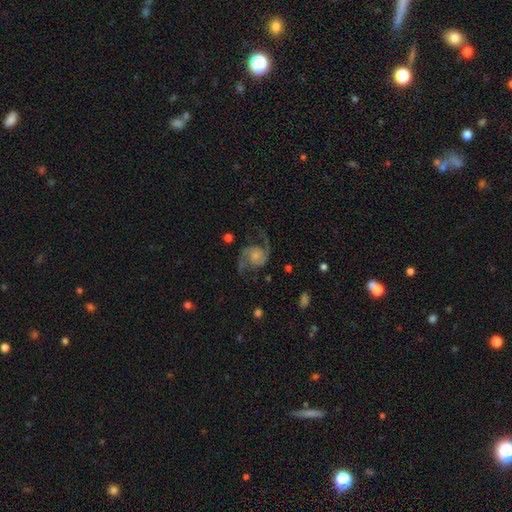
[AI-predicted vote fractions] Smooth or featured? Predicted: featured or disk (p=0.89). Edge-on disk? Predicted: no (p=0.98). Bar? Predicted: no (p=0.71). Spiral arms? Predicted: yes (p=0.97). Spiral winding? Predicted: loose (p=0.45, tied with medium). Spiral arm count? Predicted: 2 (p=0.94). Bulge size? Predicted: small (p=0.46). Merging? Predicted: none (p=0.73).